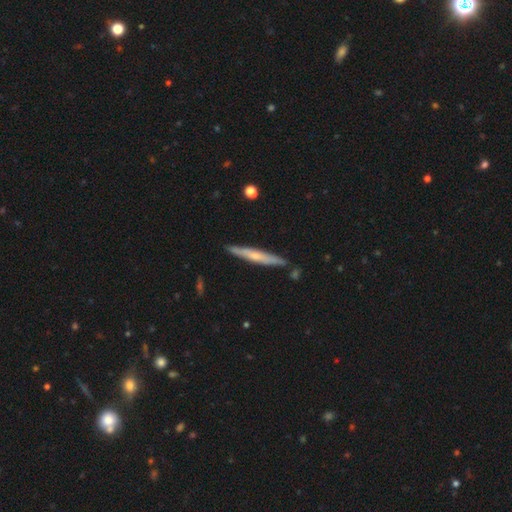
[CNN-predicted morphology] This appears to be a featured or disk galaxy (52%) viewed edge-on (94%). Merging: none (86%).